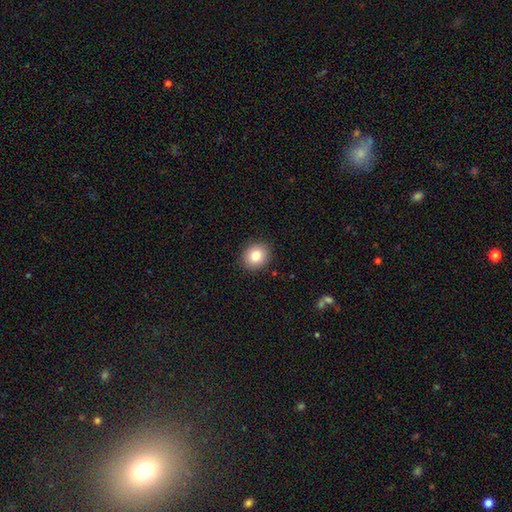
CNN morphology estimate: A smooth galaxy with no disk features (81%) that is round (76%).

Vote fractions:
- Smooth or featured? smooth: 81% / star or artifact: 10% / featured or disk: 9%
- How rounded? round: 76% / in between: 23% / cigar-shaped: 1%
- Merging? none: 91% / minor disturbance: 7% / major disturbance: 2% / merger: 1%